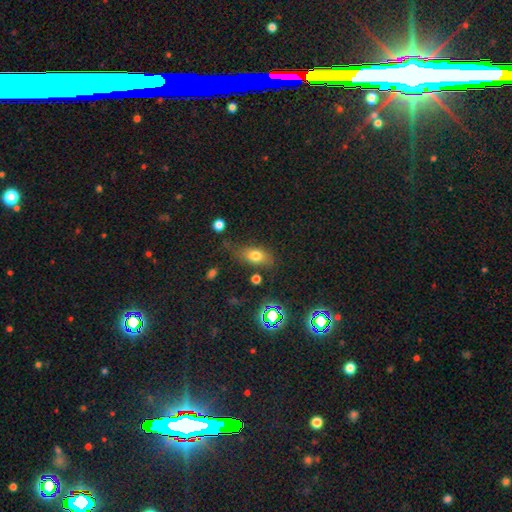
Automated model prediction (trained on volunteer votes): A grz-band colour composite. It shows a smooth galaxy with no disk features (72%) that is in between round and cigar-shaped (77%). Merging: none (62%).